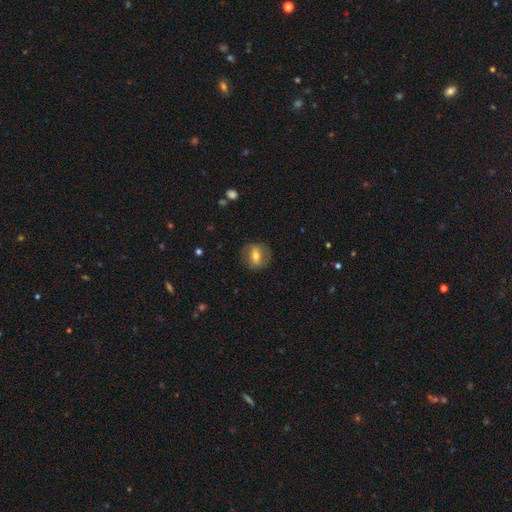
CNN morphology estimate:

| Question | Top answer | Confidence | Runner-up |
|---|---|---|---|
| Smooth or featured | smooth | 55% | featured or disk (37%) |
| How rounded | round | 61% | in between (36%) |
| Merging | none | 80% | minor disturbance (13%) |